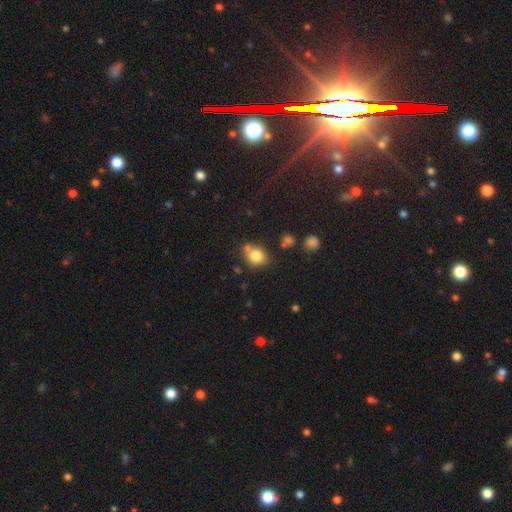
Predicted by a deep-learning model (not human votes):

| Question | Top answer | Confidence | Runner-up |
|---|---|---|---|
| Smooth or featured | smooth | 81% | star or artifact (10%) |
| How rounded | round | 59% | in between (40%) |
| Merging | none | 64% | minor disturbance (17%) |